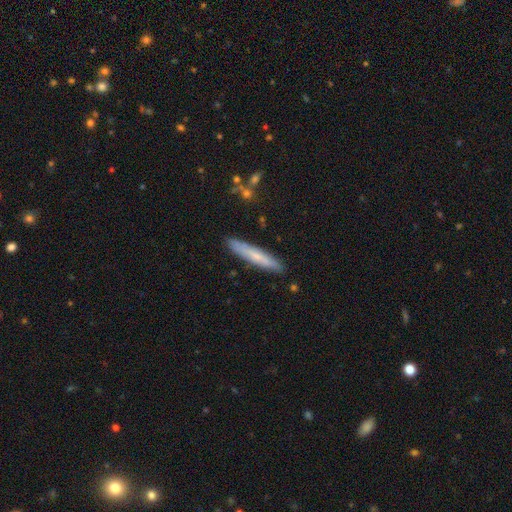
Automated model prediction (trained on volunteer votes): smooth_or_featured: smooth (p=0.61) [alt: featured or disk p=0.32]
how_rounded: cigar-shaped (p=0.93) [alt: in between p=0.06]
merging: none (p=0.88) [alt: minor disturbance p=0.09]